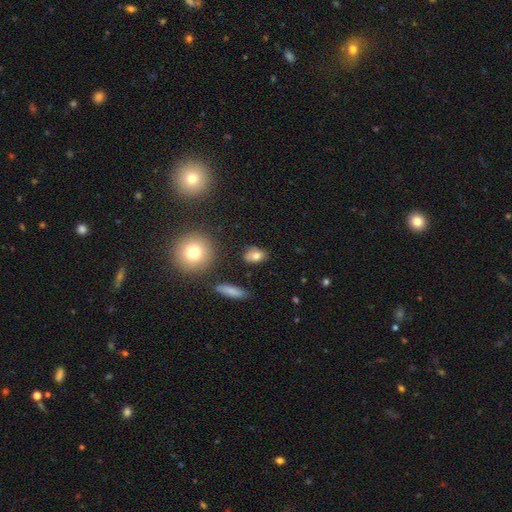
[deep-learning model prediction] Smooth or featured? smooth (76%)
How rounded? in between (76%)
Merging? none (71%)